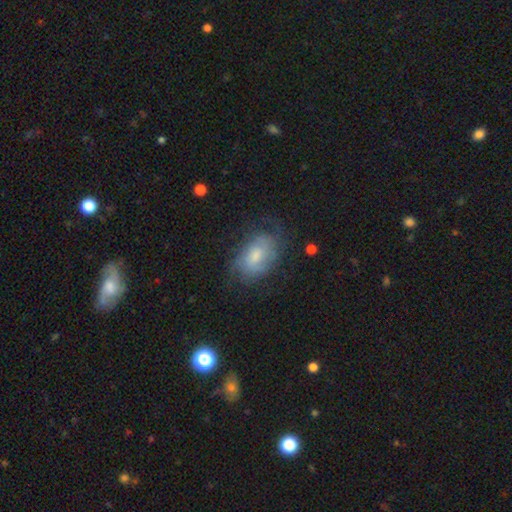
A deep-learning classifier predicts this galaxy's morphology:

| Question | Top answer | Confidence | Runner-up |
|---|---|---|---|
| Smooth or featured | smooth | 50% | featured or disk (40%) |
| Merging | none | 60% | minor disturbance (26%) |